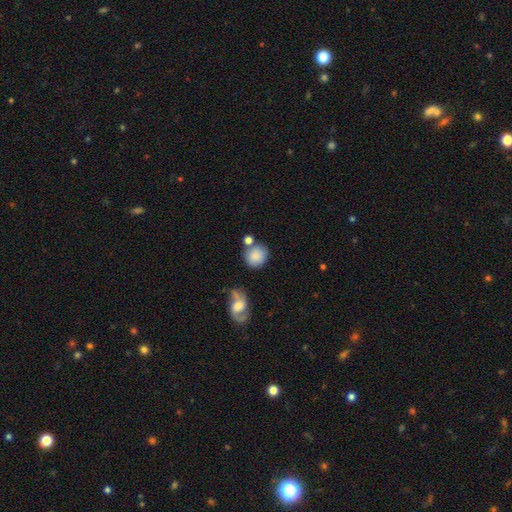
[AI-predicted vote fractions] smooth-or-featured: smooth: 82% | featured or disk: 11% | star or artifact: 8%
  how-rounded: round: 80% | in between: 18% | cigar-shaped: 1%
  merging: none: 61% | merger: 18% | minor disturbance: 15% | major disturbance: 6%